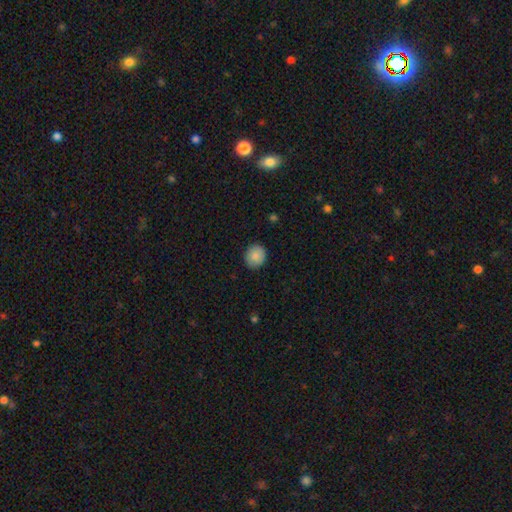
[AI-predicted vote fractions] This appears to be a smooth galaxy with no disk features (87%) that is round (81%). Merging: none (88%).